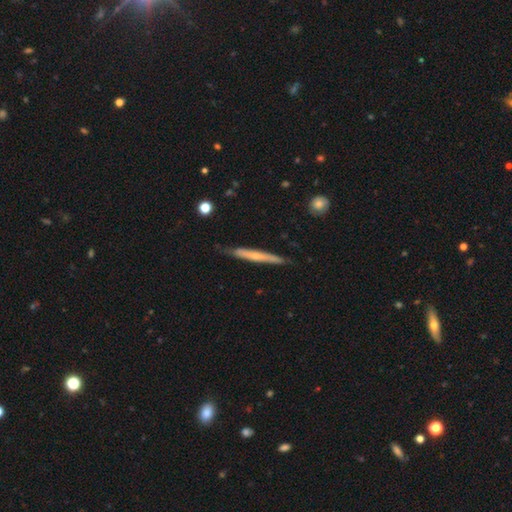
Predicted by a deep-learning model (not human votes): smooth_or_featured: featured or disk (p=0.54) [alt: smooth p=0.40]
disk_edge_on: yes (p=0.92) [alt: no p=0.08]
edge_on_bulge: none (p=0.58) [alt: rounded p=0.38]
merging: none (p=0.78) [alt: minor disturbance p=0.18]